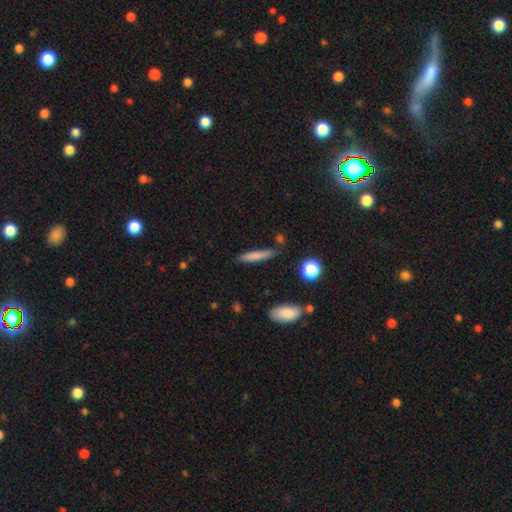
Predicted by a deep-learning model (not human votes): Overall: smooth (77%). How rounded: cigar-shaped (87%). Merging: none (81%).